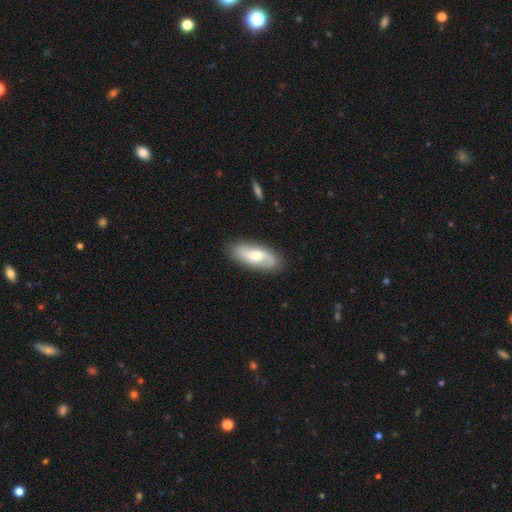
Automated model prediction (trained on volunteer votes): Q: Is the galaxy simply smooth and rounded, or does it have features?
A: featured or disk — 58%.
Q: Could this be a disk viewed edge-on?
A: no — 88%.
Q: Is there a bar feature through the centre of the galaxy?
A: no — 48%.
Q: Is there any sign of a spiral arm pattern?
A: yes — 85%.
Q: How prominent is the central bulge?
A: moderate — 64%.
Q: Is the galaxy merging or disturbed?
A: none — 82%.